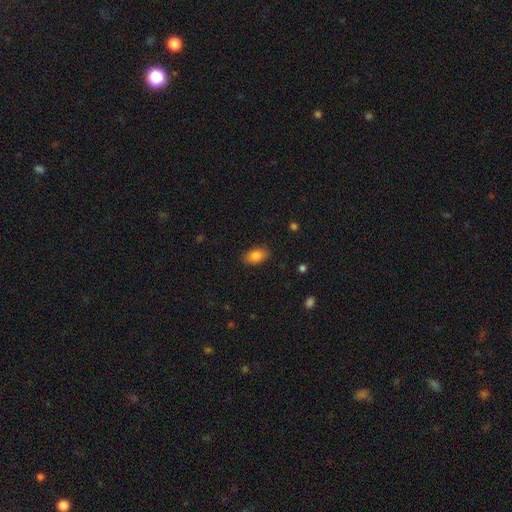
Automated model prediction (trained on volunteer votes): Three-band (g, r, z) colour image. It shows a smooth galaxy with no disk features (83%) that is in between round and cigar-shaped (90%). Merging: none (86%).